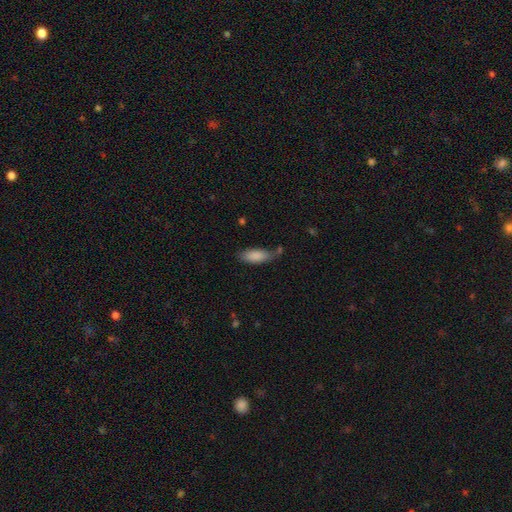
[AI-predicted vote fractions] This appears to be a smooth galaxy with no disk features (87%) that is in between round and cigar-shaped (77%). Merging: none (62%).